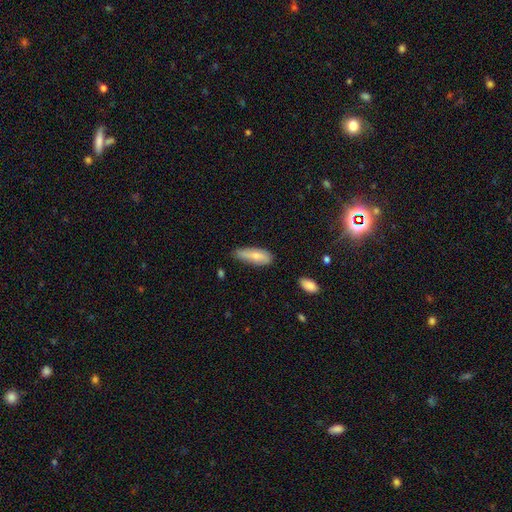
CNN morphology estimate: A smooth galaxy with no disk features (73%) that is in between round and cigar-shaped (68%). Merging: none (58%).